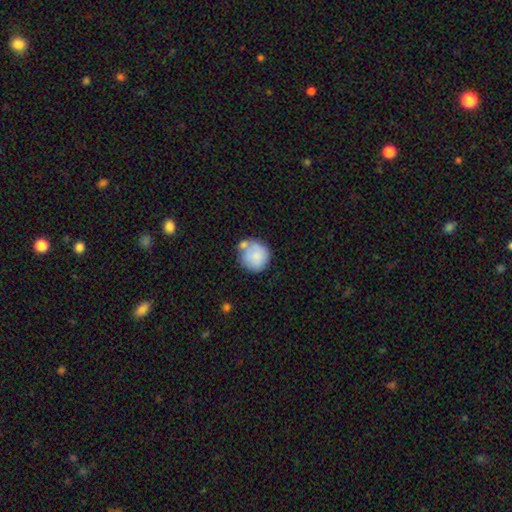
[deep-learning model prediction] The model was most divided on "merging": none: 57%, merger: 19%, minor disturbance: 18%, major disturbance: 6%. More confident: how rounded — round (91%); smooth or featured — smooth (80%).